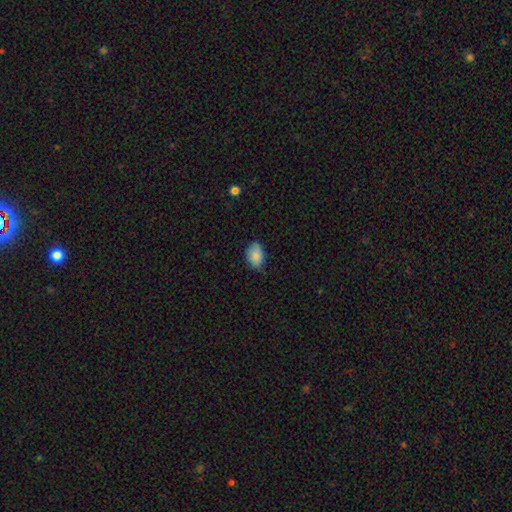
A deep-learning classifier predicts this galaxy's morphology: The model was most divided on "merging": none: 67%, minor disturbance: 28%, major disturbance: 4%, merger: 1%. More confident: how rounded — in between (84%); smooth or featured — smooth (83%).